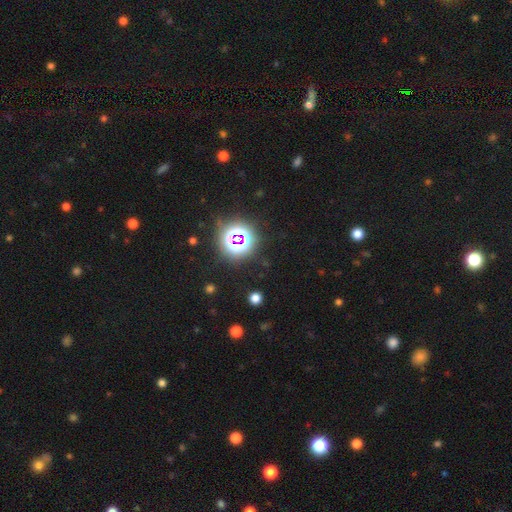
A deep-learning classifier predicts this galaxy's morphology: This appears to be a star or artifact, not a galaxy (81%).